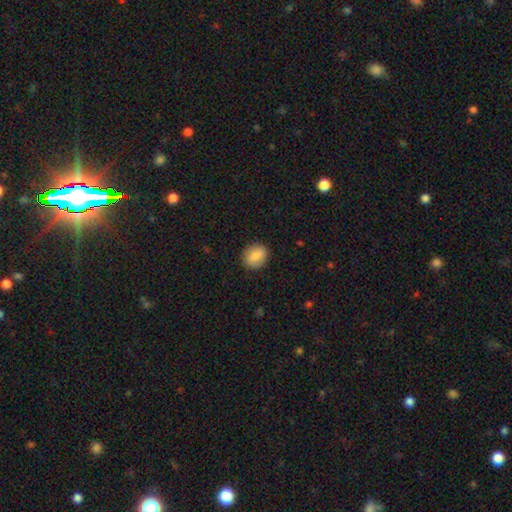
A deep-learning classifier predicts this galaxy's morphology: smooth-or-featured: smooth: 86% | star or artifact: 7% | featured or disk: 7%
  how-rounded: in between: 51% | round: 48% | cigar-shaped: 1%
  merging: none: 87% | minor disturbance: 9% | major disturbance: 2% | merger: 1%